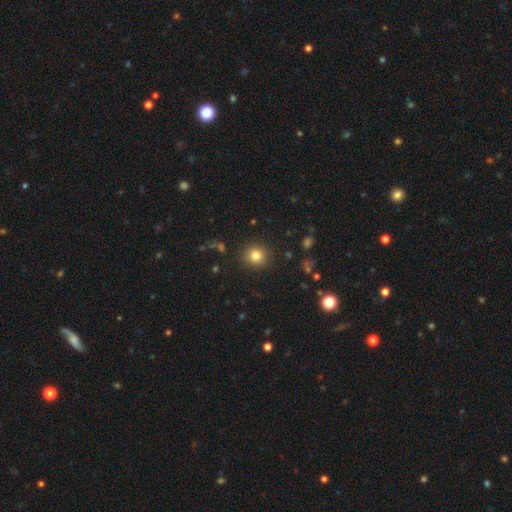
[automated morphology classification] A smooth galaxy with no disk features (80%) that is round (91%).

Vote fractions:
- Smooth or featured? smooth: 80% / star or artifact: 13% / featured or disk: 7%
- How rounded? round: 91% / in between: 8% / cigar-shaped: 1%
- Merging? none: 90% / minor disturbance: 6% / major disturbance: 2% / merger: 1%